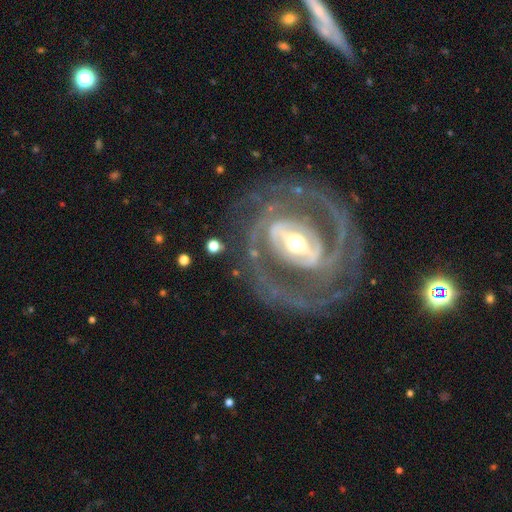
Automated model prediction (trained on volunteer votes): Q: Smooth or featured?
A: featured or disk (88%); runner-up: smooth (7%)
Q: Edge-on disk?
A: no (95%); runner-up: yes (5%)
Q: Bar?
A: strong (49%); runner-up: weak (29%)
Q: Spiral arms?
A: yes (87%); runner-up: no (13%)
Q: Spiral winding?
A: tight (57%); runner-up: medium (34%)
Q: Spiral arm count?
A: 2 (68%); runner-up: can't tell (14%)
Q: Bulge size?
A: moderate (54%); runner-up: small (35%)
Q: Merging?
A: none (77%); runner-up: minor disturbance (12%)